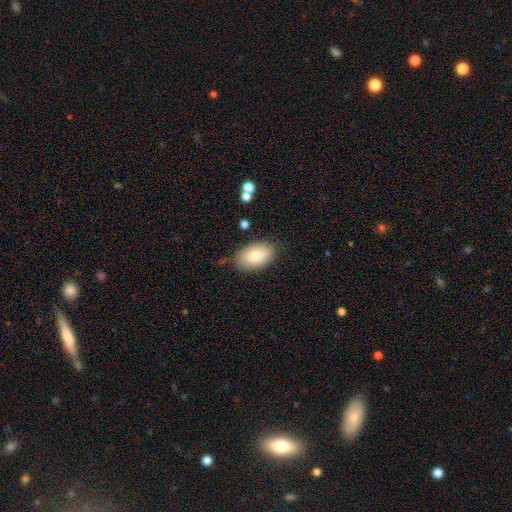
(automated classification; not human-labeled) Morphology: type=smooth (81%); roundness=in between (93%); merging=none (81%).